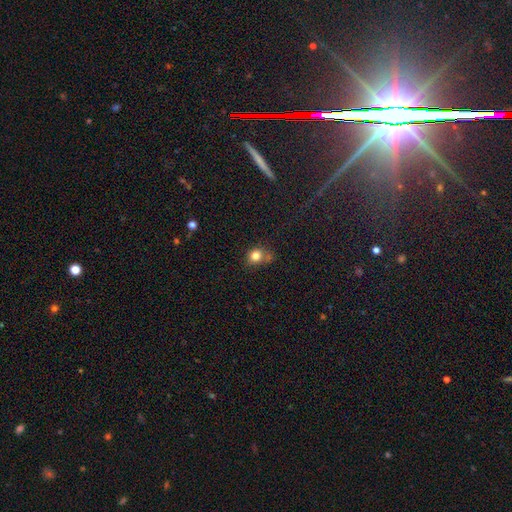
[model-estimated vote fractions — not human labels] The model was most divided on "merging": none: 56%, minor disturbance: 22%, merger: 15%, major disturbance: 8%. More confident: smooth or featured — smooth (80%); how rounded — round (72%).